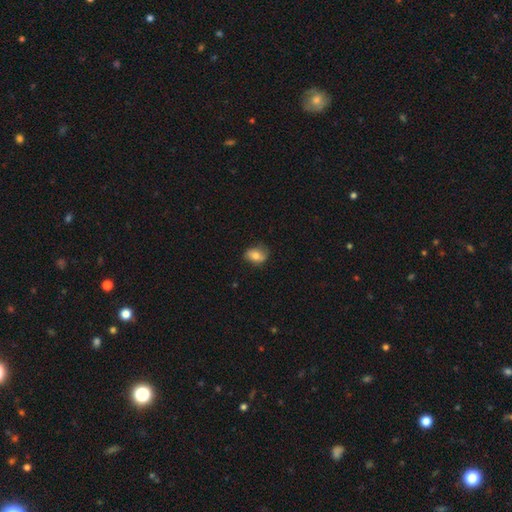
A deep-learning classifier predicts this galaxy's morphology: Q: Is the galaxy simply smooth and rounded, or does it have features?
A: smooth — 71%.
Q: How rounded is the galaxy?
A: in between — 72%.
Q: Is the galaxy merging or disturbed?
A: none — 71%.